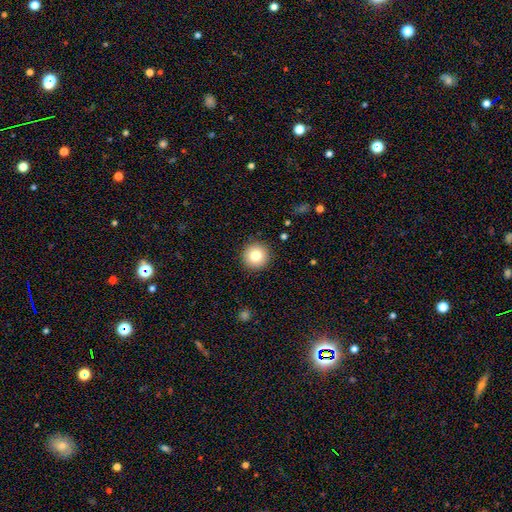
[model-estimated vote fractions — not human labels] Smooth or featured?
  - smooth: 80% *
  - star or artifact: 10%
  - featured or disk: 9%
How rounded?
  - round: 96% *
  - in between: 3%
  - cigar-shaped: 1%
Merging?
  - none: 92% *
  - minor disturbance: 5%
  - major disturbance: 2%
  - merger: 1%